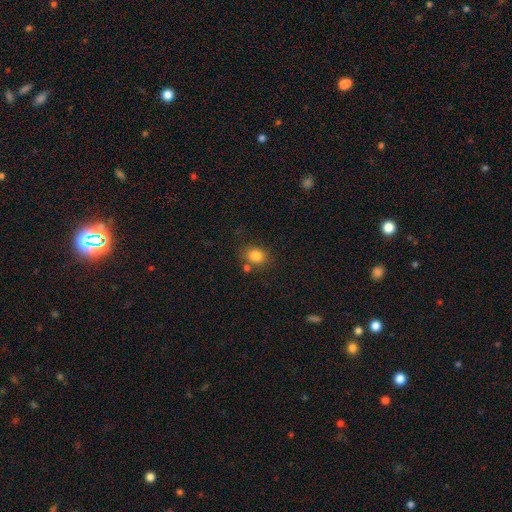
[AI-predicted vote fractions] Morphology: type=smooth (82%); roundness=round (57%); merging=none (72%).